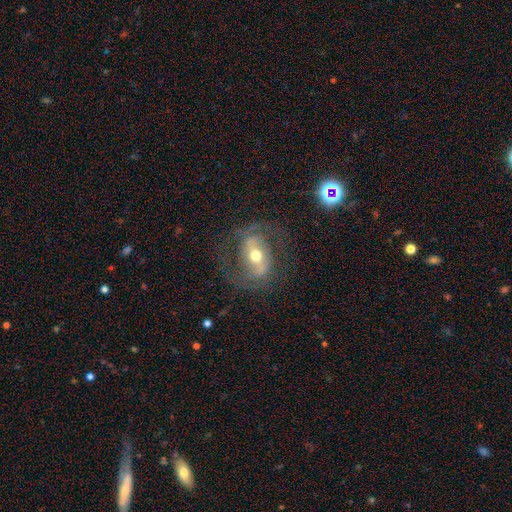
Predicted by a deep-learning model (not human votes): A featured or disk galaxy (71%) with a strong bar (46%), spiral arms (68%) and a moderate central bulge (71%). Merging: none (70%).